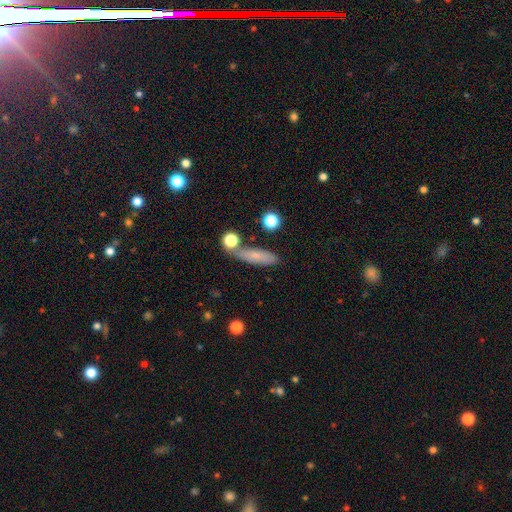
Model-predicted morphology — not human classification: smooth 72%, featured or disk 19%, star or artifact 10%. Down the decision tree: how rounded — cigar-shaped (62%); merging — none (71%).